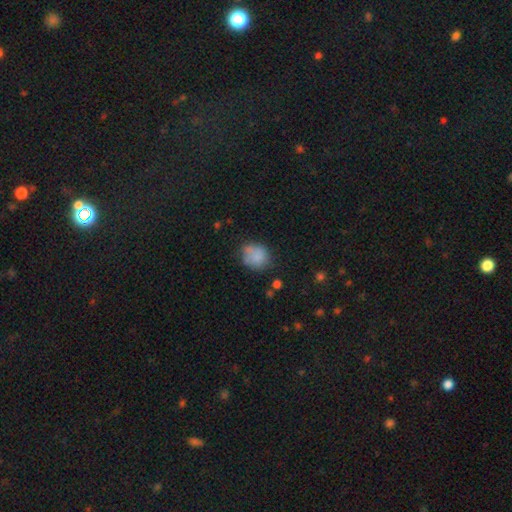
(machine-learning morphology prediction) Smooth or featured?
  - smooth: 79% *
  - featured or disk: 11%
  - star or artifact: 10%
How rounded?
  - round: 66% *
  - in between: 33%
  - cigar-shaped: 1%
Merging?
  - none: 55% *
  - minor disturbance: 27%
  - major disturbance: 10%
  - merger: 7%